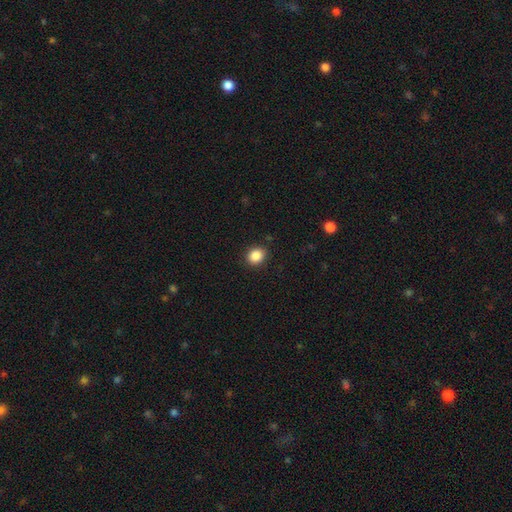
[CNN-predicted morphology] This is clearly a smooth galaxy (87%). How rounded: likely round (63%). Merging: clearly none (89%).